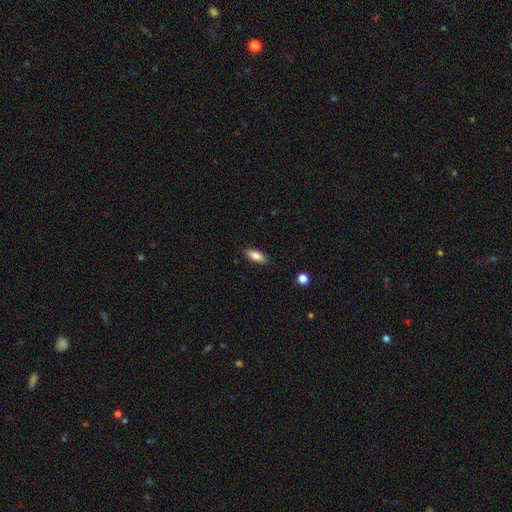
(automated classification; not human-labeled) Morphology: type=smooth (82%); roundness=in between (75%); merging=none (87%).